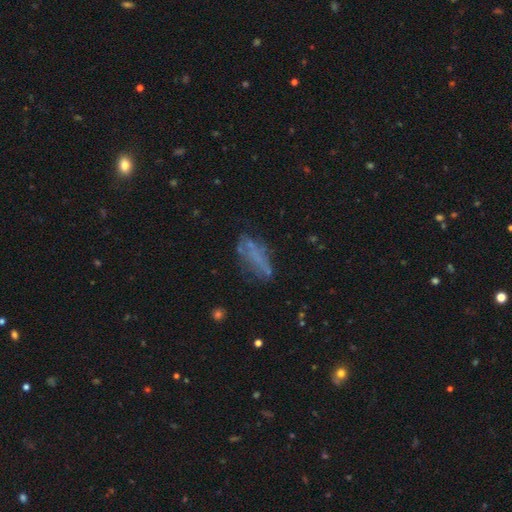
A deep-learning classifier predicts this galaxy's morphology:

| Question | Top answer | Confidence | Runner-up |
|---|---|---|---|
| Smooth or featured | smooth | 44% | featured or disk (39%) |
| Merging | none | 52% | minor disturbance (23%) |